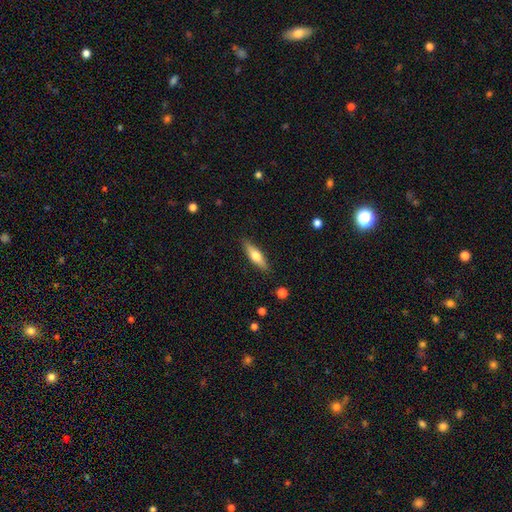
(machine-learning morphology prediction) smooth_or_featured: smooth (p=0.55) [alt: featured or disk p=0.39]
how_rounded: cigar-shaped (p=0.61) [alt: in between p=0.37]
merging: none (p=0.88) [alt: minor disturbance p=0.09]